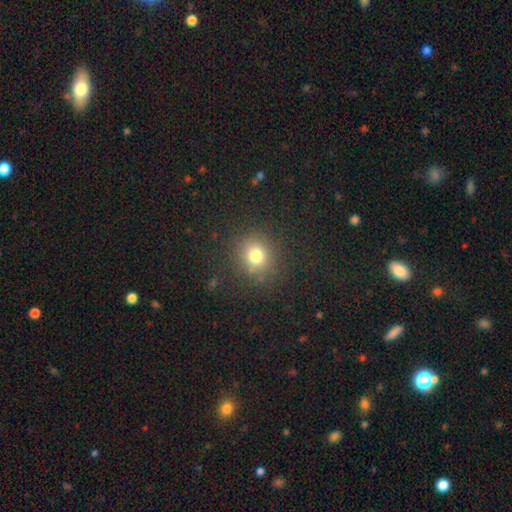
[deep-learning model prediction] smooth_or_featured: smooth (p=0.76) [alt: star or artifact p=0.17]
how_rounded: round (p=0.85) [alt: in between p=0.14]
merging: none (p=0.85) [alt: minor disturbance p=0.09]